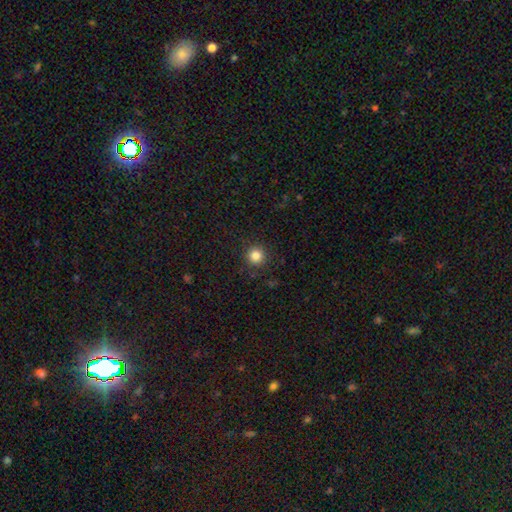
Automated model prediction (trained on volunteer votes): Overall: smooth (84%). How rounded: round (96%). Merging: none (91%).